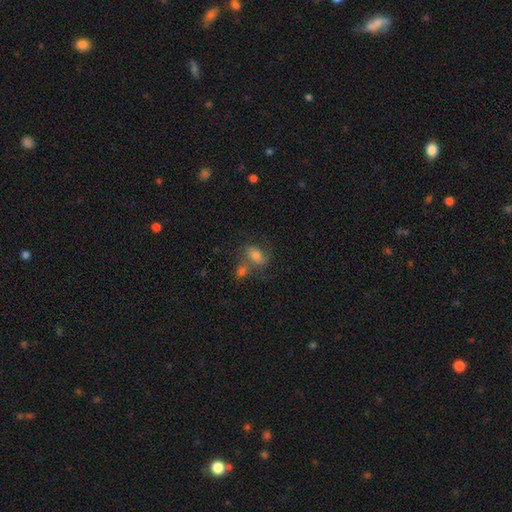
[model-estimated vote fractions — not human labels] Overall: smooth (57%; featured or disk 30%). How rounded: in between (78%). Merging: none (41%; merger 34%).